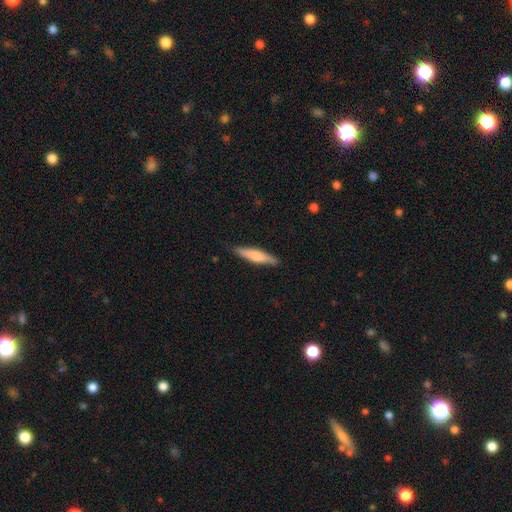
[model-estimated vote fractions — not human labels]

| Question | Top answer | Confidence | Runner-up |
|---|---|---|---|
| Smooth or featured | smooth | 60% | featured or disk (35%) |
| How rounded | cigar-shaped | 86% | in between (12%) |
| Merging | none | 86% | minor disturbance (11%) |